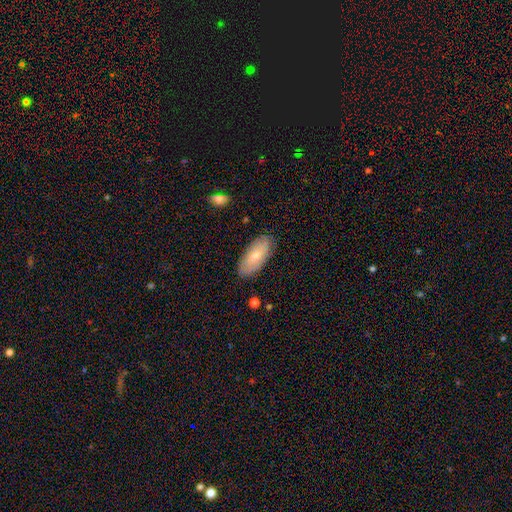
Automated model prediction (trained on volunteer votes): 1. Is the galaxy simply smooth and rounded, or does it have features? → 71% smooth, 23% featured or disk, 6% star or artifact.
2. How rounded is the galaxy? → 89% in between, 9% cigar-shaped, 2% round.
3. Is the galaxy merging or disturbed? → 84% none, 13% minor disturbance, 2% major disturbance, 1% merger.